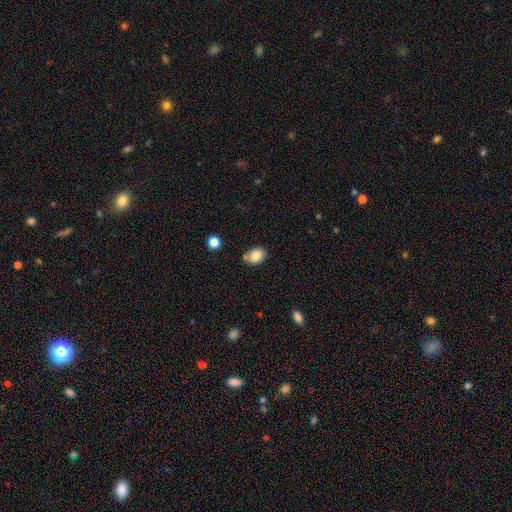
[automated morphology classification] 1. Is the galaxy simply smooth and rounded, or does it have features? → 82% smooth, 9% featured or disk, 9% star or artifact.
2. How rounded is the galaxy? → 57% in between, 42% round, 1% cigar-shaped.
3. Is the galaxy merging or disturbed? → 70% none, 19% minor disturbance, 8% merger, 3% major disturbance.